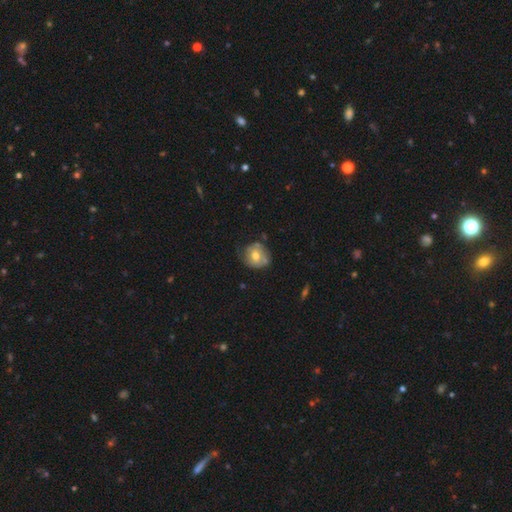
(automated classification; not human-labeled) Smooth or featured: smooth — 55% (featured or disk — 38%)
How rounded: round — 78% (in between — 21%)
Merging: none — 57% (minor disturbance — 30%)